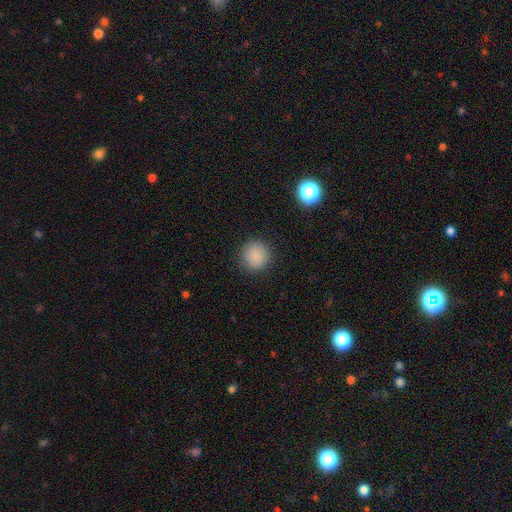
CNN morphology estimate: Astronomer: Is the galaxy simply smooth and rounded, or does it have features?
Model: smooth — 87%.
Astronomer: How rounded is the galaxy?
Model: round — 93%.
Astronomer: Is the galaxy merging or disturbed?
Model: none — 90%.